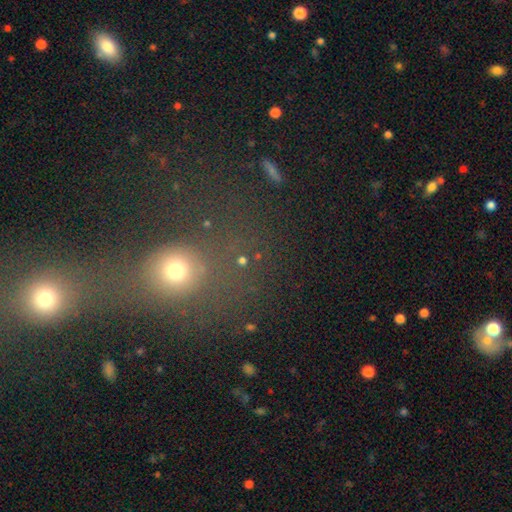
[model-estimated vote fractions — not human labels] Smooth or featured?
  - smooth: 52% *
  - star or artifact: 37%
  - featured or disk: 11%
How rounded?
  - round: 75% *
  - in between: 22%
  - cigar-shaped: 2%
Merging?
  - merger: 58% *
  - none: 27%
  - major disturbance: 8%
  - minor disturbance: 7%